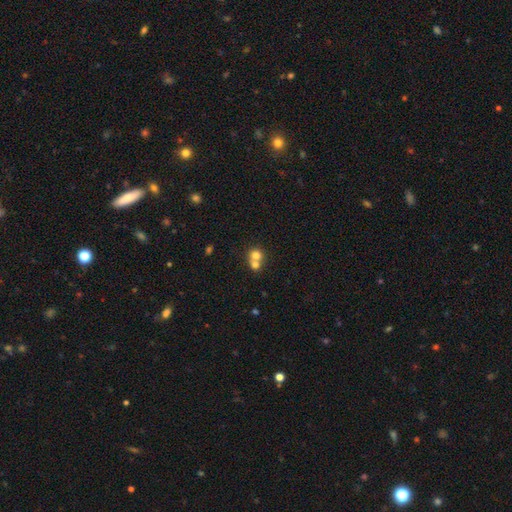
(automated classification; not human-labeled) smooth_or_featured: smooth (p=0.72) [alt: featured or disk p=0.16]
how_rounded: round (p=0.83) [alt: in between p=0.16]
merging: merger (p=0.61) [alt: none p=0.32]